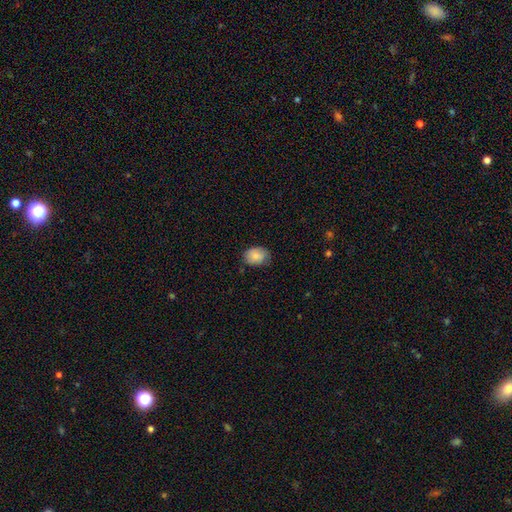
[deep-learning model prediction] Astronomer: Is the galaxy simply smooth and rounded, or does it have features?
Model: smooth — 85%.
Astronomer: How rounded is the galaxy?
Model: in between — 63%.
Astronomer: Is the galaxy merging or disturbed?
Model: none — 75%.